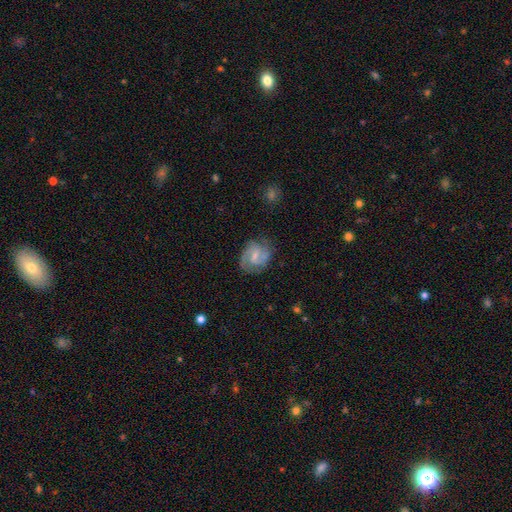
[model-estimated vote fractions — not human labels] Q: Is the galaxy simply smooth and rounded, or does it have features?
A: featured or disk — 79%.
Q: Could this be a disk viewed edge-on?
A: no — 98%.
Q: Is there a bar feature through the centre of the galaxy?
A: weak — 59%.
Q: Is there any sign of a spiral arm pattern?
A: yes — 95%.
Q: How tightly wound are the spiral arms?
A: medium — 53%.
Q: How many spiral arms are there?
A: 2 — 85%.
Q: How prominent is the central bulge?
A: small — 55%.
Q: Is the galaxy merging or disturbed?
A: none — 73%.